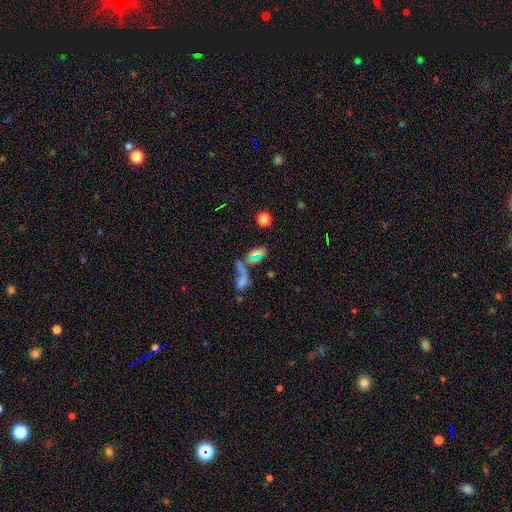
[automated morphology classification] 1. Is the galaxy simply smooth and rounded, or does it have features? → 49% smooth, 29% featured or disk, 22% star or artifact.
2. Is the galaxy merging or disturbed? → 51% merger, 25% none, 15% major disturbance, 9% minor disturbance.